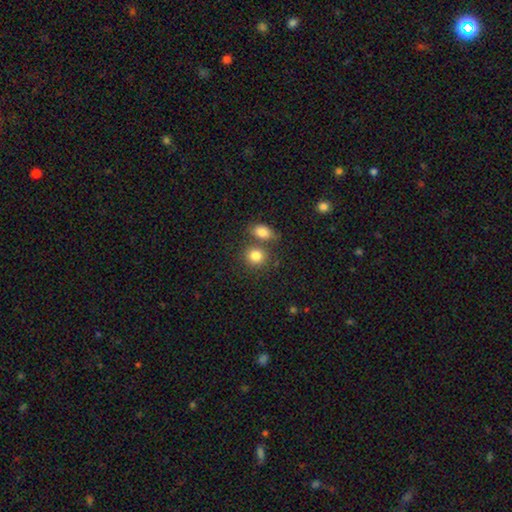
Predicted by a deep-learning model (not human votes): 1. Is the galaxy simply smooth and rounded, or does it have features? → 84% smooth, 9% star or artifact, 7% featured or disk.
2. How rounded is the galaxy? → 70% round, 28% in between, 1% cigar-shaped.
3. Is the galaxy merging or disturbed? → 60% none, 27% merger, 10% minor disturbance, 3% major disturbance.